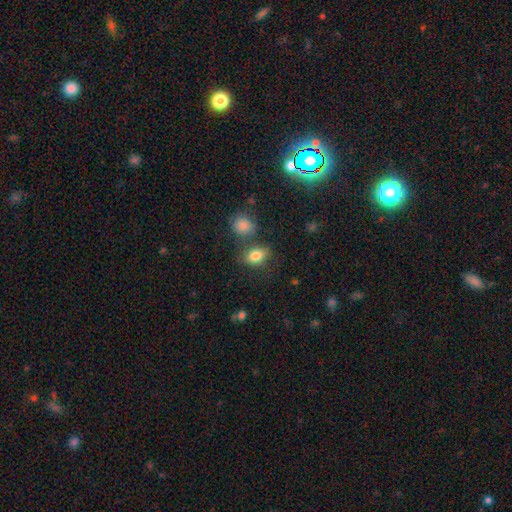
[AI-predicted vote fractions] Smooth or featured?
  - smooth: 83% *
  - star or artifact: 10%
  - featured or disk: 7%
How rounded?
  - in between: 80% *
  - round: 18%
  - cigar-shaped: 2%
Merging?
  - none: 66% *
  - minor disturbance: 15%
  - merger: 13%
  - major disturbance: 5%